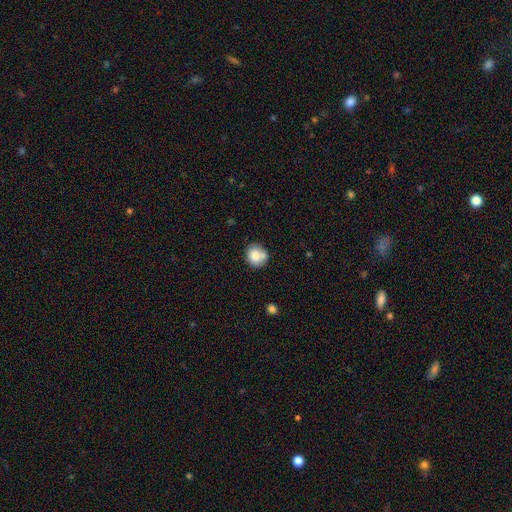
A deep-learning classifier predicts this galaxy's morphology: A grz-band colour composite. It shows a smooth galaxy with no disk features (80%) that is round (77%). Merging: none (58%).